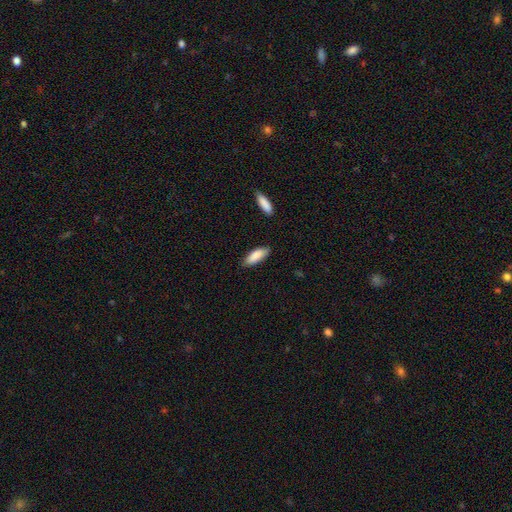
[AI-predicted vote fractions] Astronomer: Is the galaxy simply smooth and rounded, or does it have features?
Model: smooth — 86%.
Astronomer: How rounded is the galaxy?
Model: in between — 66%.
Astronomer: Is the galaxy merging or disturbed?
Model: none — 83%.